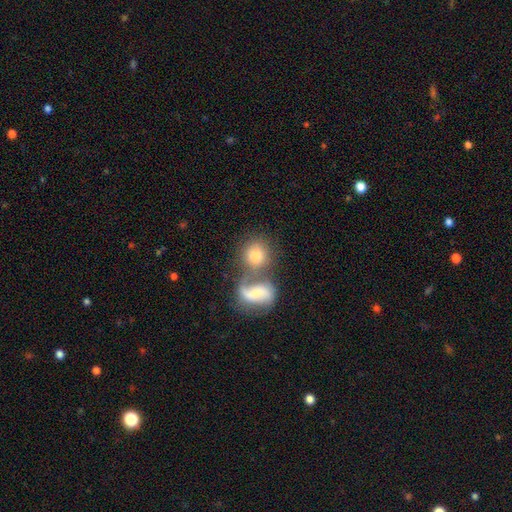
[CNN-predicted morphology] A smooth galaxy with no disk features (70%) that is round (76%).

Vote fractions:
- Smooth or featured? smooth: 70% / featured or disk: 22% / star or artifact: 9%
- How rounded? round: 76% / in between: 22% / cigar-shaped: 2%
- Merging? merger: 50% / none: 36% / minor disturbance: 8% / major disturbance: 6%